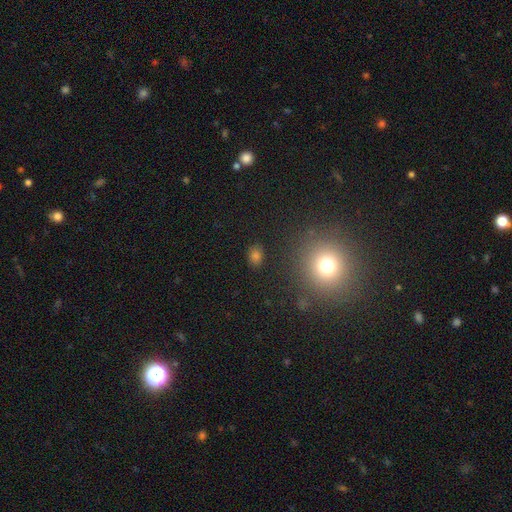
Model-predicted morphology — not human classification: smooth 73%, star or artifact 20%, featured or disk 6%. Down the decision tree: how rounded — in between (58%); merging — none (85%).